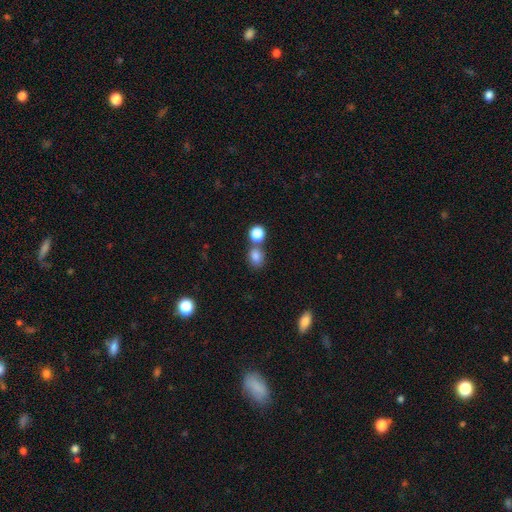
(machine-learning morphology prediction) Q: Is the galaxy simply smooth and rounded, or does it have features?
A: smooth — 83%.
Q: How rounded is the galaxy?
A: round — 54%.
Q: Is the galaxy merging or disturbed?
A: none — 54%.